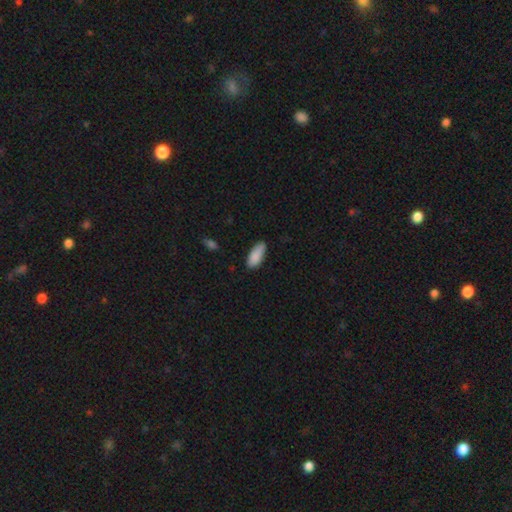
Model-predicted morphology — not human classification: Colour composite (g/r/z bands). It shows a smooth galaxy with no disk features (88%) that is in between round and cigar-shaped (83%). Merging: none (74%).